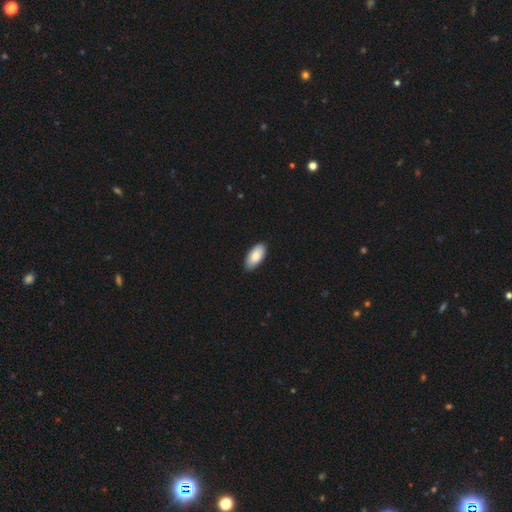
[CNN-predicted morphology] smooth 86%, featured or disk 8%, star or artifact 6%. Down the decision tree: how rounded — in between (93%); merging — none (88%).